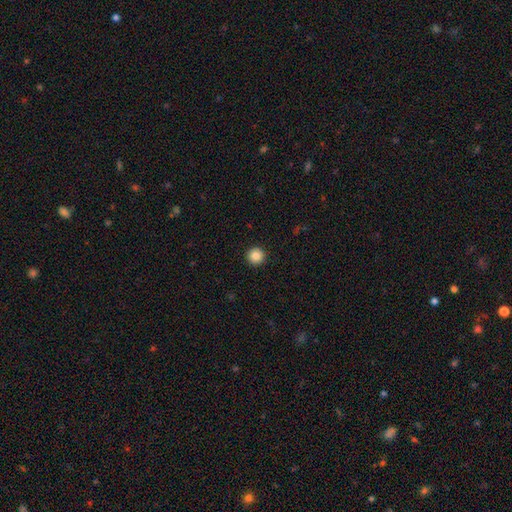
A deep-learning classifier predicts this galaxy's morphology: Smooth or featured: smooth — 87% (star or artifact — 10%)
How rounded: round — 96% (in between — 3%)
Merging: none — 94% (minor disturbance — 4%)